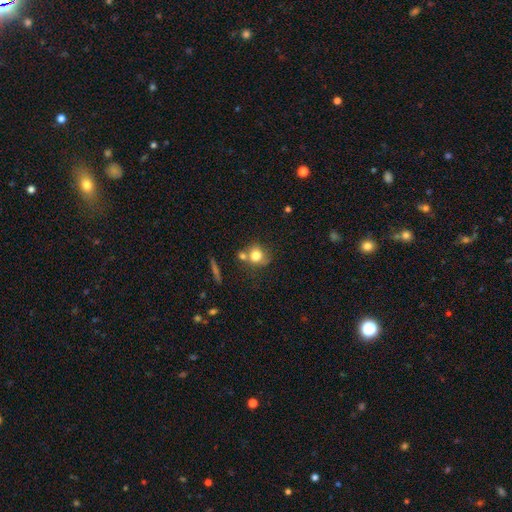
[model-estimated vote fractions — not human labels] The model was most divided on "merging": none: 50%, merger: 28%, minor disturbance: 16%, major disturbance: 7%. More confident: how rounded — round (78%); smooth or featured — smooth (77%).